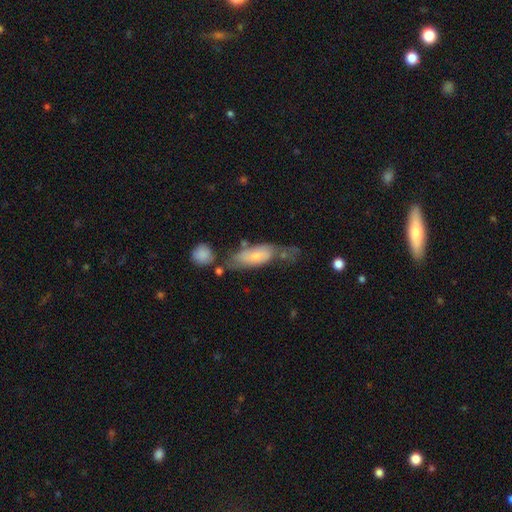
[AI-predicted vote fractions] Overall: smooth (62%; featured or disk 32%). How rounded: in between (74%). Merging: none (38%; minor disturbance 27%).